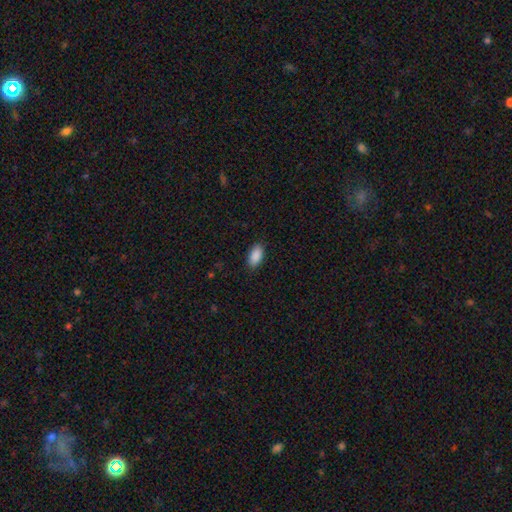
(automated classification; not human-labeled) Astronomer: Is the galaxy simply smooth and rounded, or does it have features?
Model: smooth — 90%.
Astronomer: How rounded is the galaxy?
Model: in between — 93%.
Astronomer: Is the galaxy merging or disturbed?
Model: none — 88%.